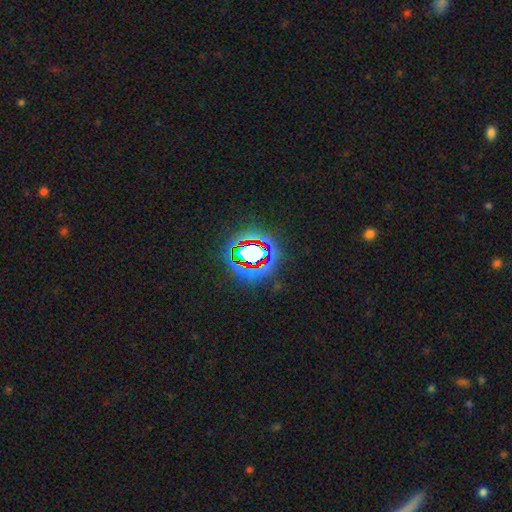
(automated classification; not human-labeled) Smooth or featured? star or artifact (70%)